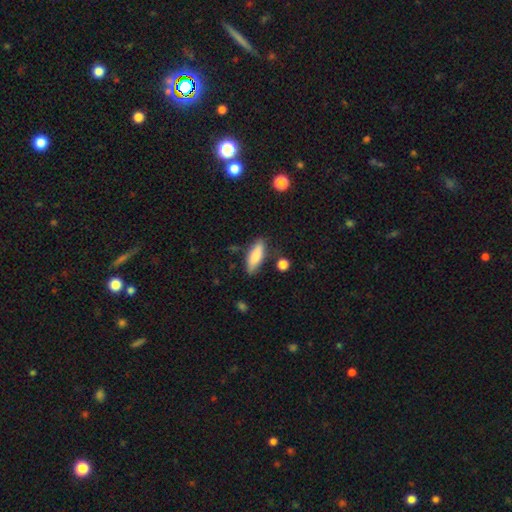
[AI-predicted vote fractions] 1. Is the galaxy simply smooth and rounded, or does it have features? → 80% smooth, 14% featured or disk, 7% star or artifact.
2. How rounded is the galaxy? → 58% in between, 40% cigar-shaped, 2% round.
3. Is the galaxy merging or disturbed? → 76% none, 17% minor disturbance, 4% merger, 4% major disturbance.